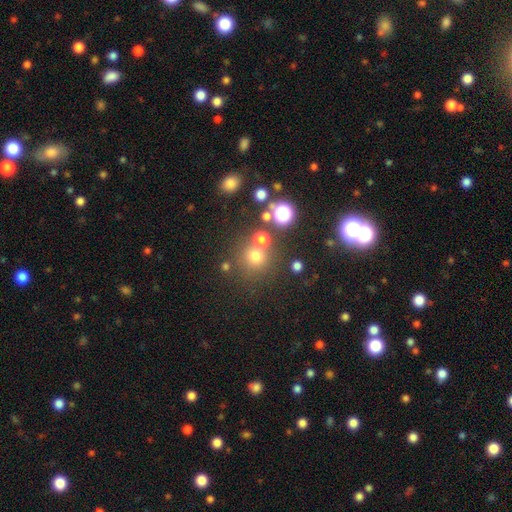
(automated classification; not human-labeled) This is likely a smooth galaxy (69%). How rounded: clearly round (92%). Merging: likely none (71%).